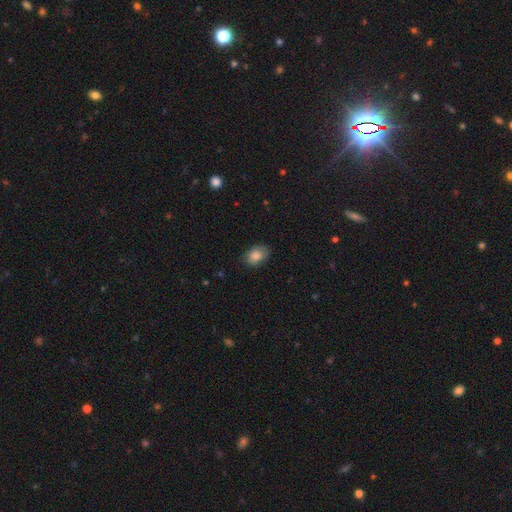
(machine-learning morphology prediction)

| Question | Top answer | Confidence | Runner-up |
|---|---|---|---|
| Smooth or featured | smooth | 84% | star or artifact (8%) |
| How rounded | in between | 81% | round (17%) |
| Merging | none | 77% | minor disturbance (18%) |